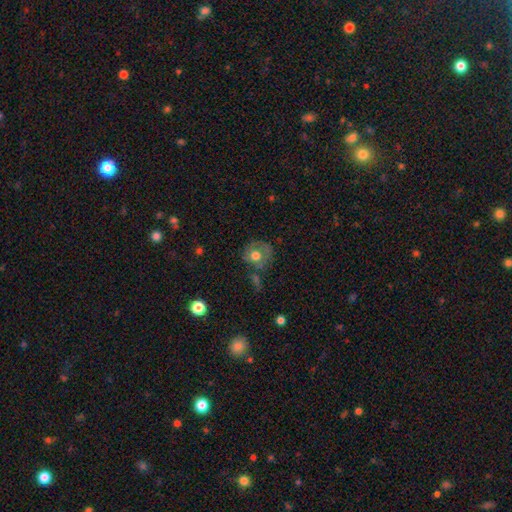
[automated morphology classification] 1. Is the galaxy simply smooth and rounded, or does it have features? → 62% smooth, 30% featured or disk, 9% star or artifact.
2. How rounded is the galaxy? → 78% round, 21% in between, 1% cigar-shaped.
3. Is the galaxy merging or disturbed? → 55% none, 23% minor disturbance, 13% major disturbance, 9% merger.